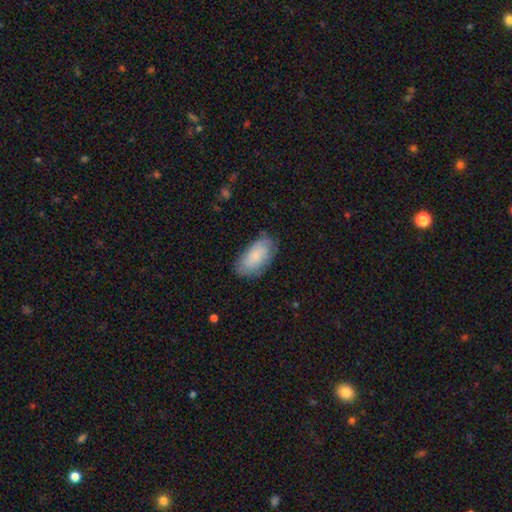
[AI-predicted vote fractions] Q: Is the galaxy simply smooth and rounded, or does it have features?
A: smooth — 72%.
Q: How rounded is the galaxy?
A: in between — 93%.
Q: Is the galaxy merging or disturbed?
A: none — 74%.